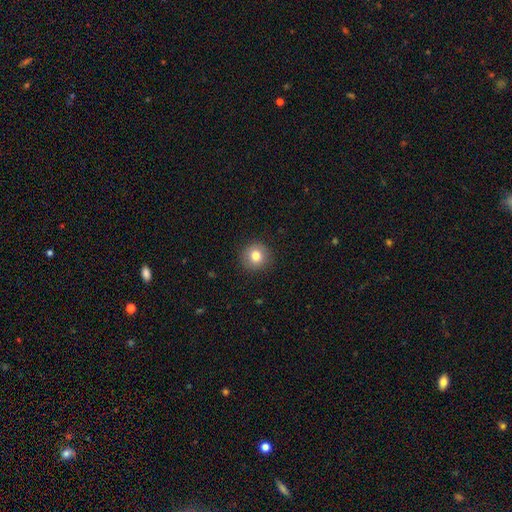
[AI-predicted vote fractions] A smooth galaxy with no disk features (80%) that is round (93%). Merging: none (90%).